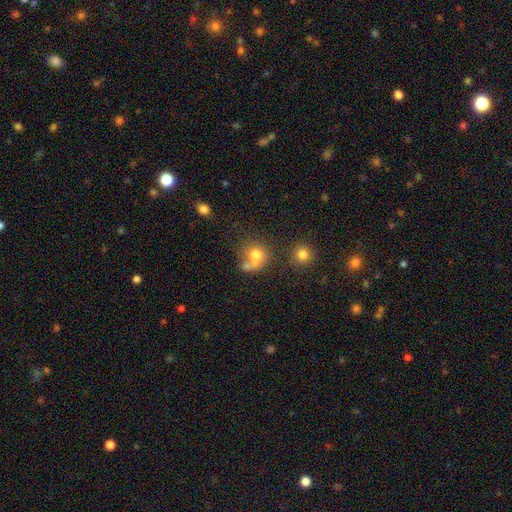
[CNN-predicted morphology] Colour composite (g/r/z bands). It shows a smooth galaxy with no disk features (68%) that is round (67%). Merging: merger (44%).